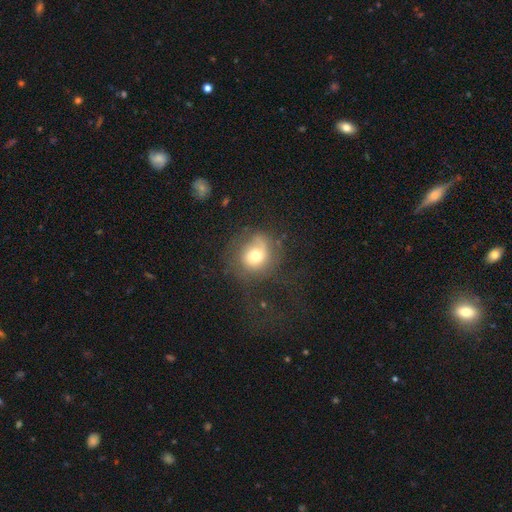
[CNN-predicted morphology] type=smooth (60%); roundness=round (82%); merging=none (52%).